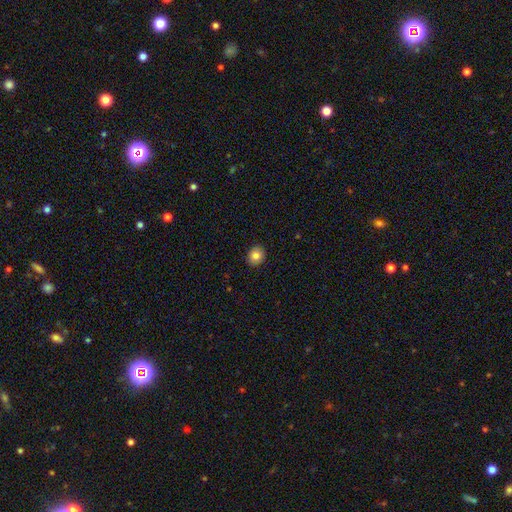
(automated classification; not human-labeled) Smooth or featured? Predicted: smooth (p=0.83). How rounded? Predicted: round (p=0.69). Merging? Predicted: none (p=0.90).